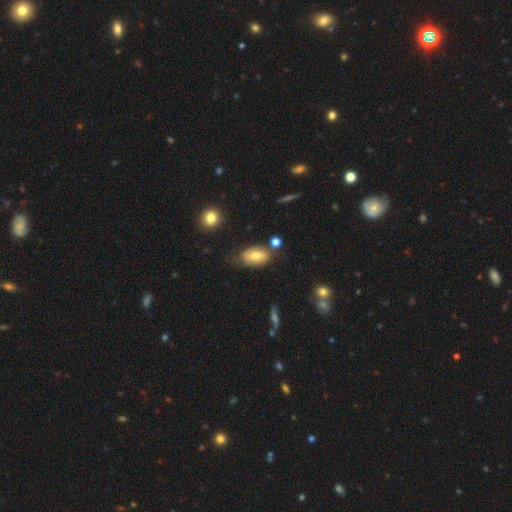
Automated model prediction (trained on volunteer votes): Smooth or featured? smooth (69%)
How rounded? in between (90%)
Merging? none (63%)